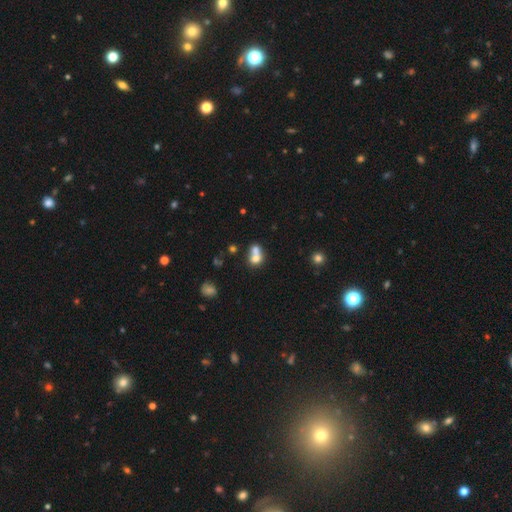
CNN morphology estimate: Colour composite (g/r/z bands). It shows a smooth galaxy with no disk features (69%) that is round (60%). Merging: merger (67%).